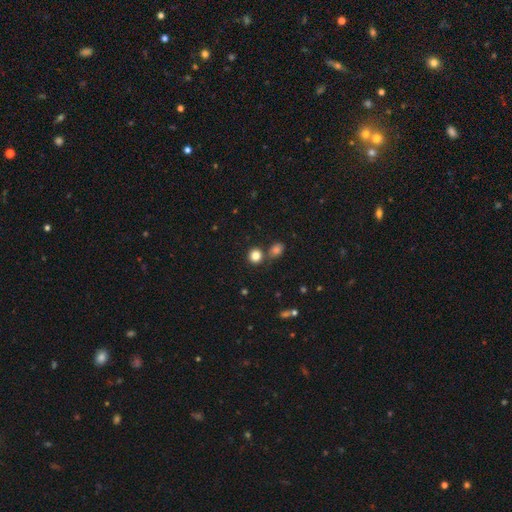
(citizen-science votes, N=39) smooth_or_featured: smooth (p=0.87) [alt: star or artifact p=0.08]
how_rounded: round (p=0.94) [alt: in between p=0.06]
merging: none (p=0.61) [alt: merger p=0.22]